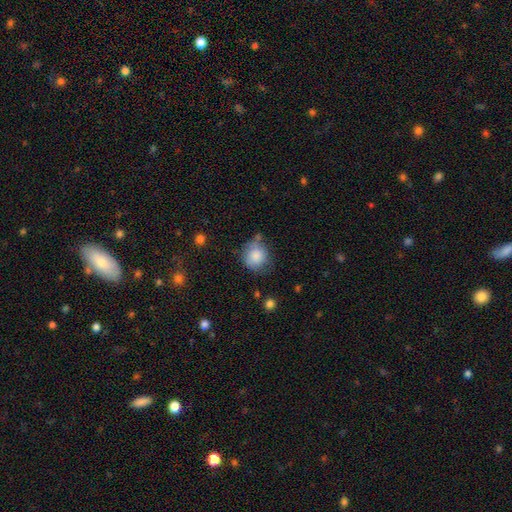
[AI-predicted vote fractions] smooth-or-featured: smooth: 84% | star or artifact: 8% | featured or disk: 8%
  how-rounded: round: 83% | in between: 16% | cigar-shaped: 1%
  merging: none: 60% | minor disturbance: 25% | major disturbance: 7% | merger: 7%